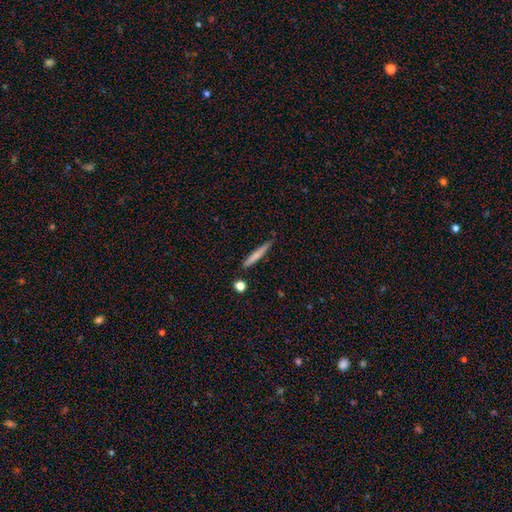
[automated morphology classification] A smooth galaxy with no disk features (69%) that is cigar-shaped (94%).

Vote fractions:
- Smooth or featured? smooth: 69% / featured or disk: 24% / star or artifact: 6%
- How rounded? cigar-shaped: 94% / in between: 4% / round: 2%
- Merging? none: 80% / minor disturbance: 14% / merger: 3% / major disturbance: 3%